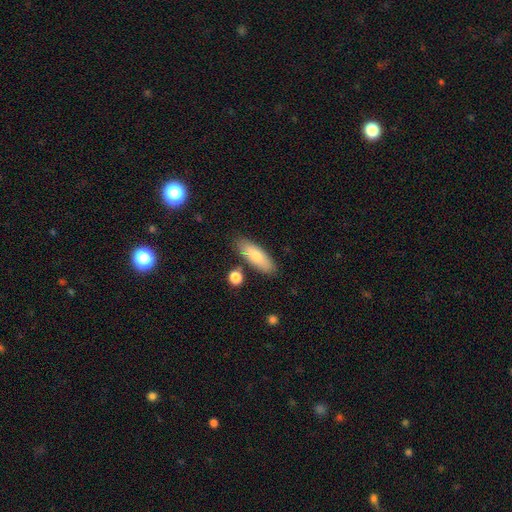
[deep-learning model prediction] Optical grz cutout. It shows a smooth galaxy with no disk features (76%) that is in between round and cigar-shaped (62%). Merging: none (79%).